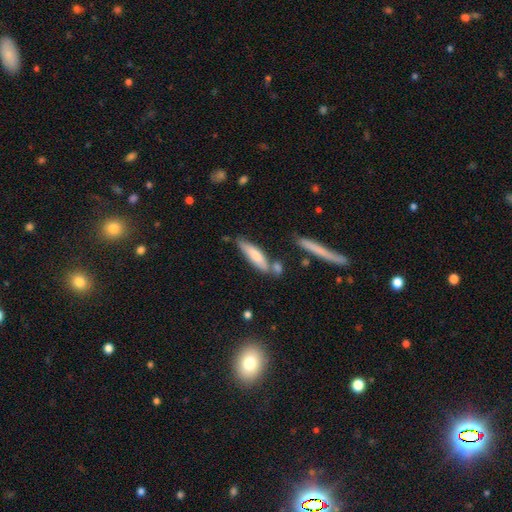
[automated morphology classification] Overall: smooth (76%). How rounded: cigar-shaped (67%; in between 32%). Merging: none (60%).